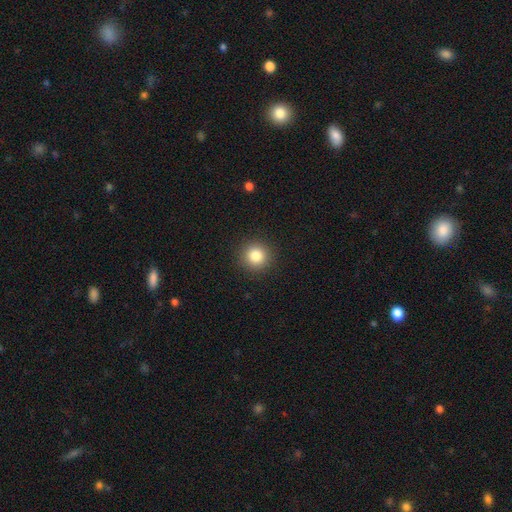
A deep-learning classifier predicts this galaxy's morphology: smooth 83%, star or artifact 11%, featured or disk 6%. Down the decision tree: how rounded — round (94%); merging — none (92%).